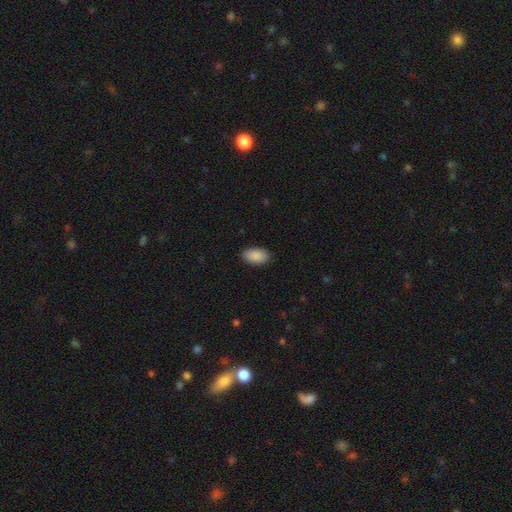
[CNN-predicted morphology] Smooth or featured? Predicted: smooth (p=0.91). How rounded? Predicted: in between (p=0.94). Merging? Predicted: none (p=0.89).